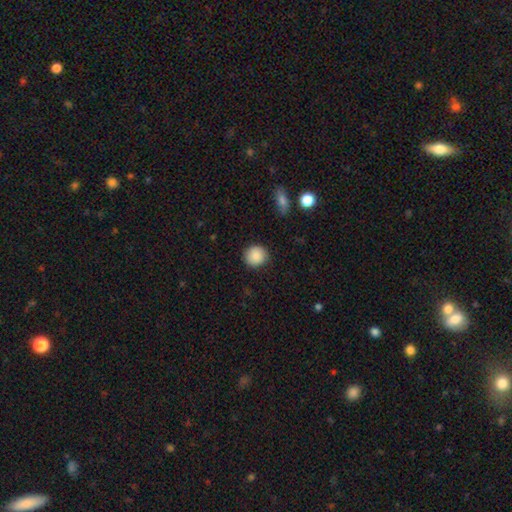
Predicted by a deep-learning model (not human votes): A smooth galaxy with no disk features (88%) that is round (90%). Merging: none (90%).